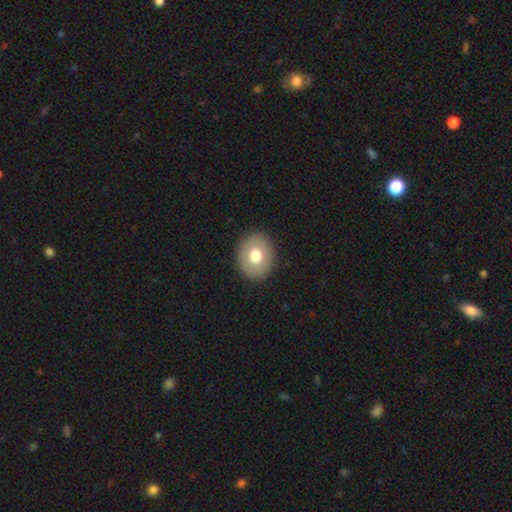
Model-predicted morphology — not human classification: Smooth or featured? smooth (71%)
How rounded? round (60%)
Merging? none (90%)